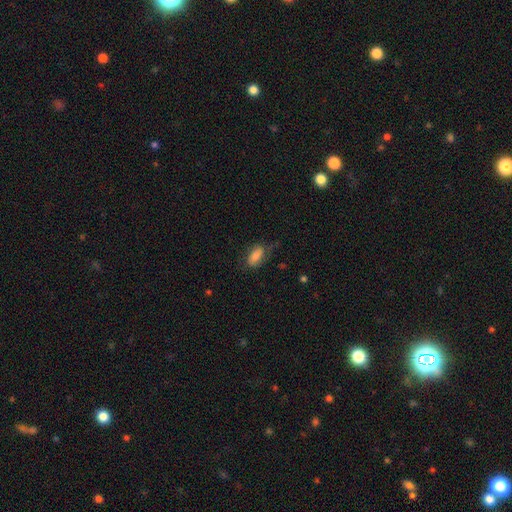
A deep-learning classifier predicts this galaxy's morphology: This appears to be a smooth galaxy with no disk features (68%) that is in between round and cigar-shaped (88%). Merging: none (61%).